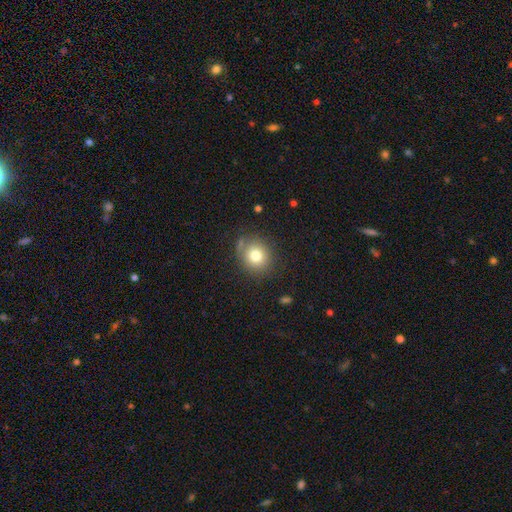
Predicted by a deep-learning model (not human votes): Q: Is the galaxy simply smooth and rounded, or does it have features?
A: smooth — 77%.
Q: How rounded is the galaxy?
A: round — 81%.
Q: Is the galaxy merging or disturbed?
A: none — 79%.